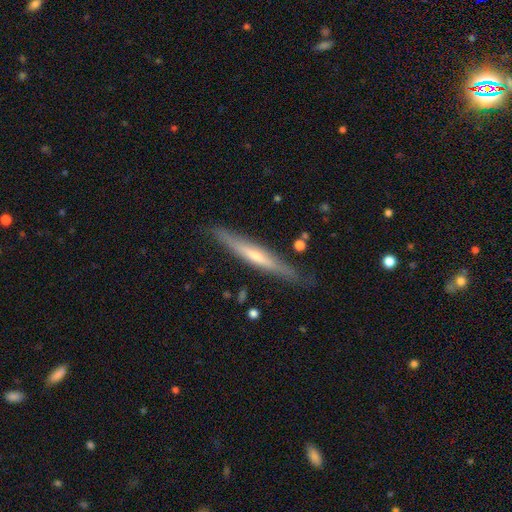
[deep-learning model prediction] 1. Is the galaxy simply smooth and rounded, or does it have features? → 62% featured or disk, 32% smooth, 6% star or artifact.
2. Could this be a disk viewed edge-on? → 94% yes, 6% no.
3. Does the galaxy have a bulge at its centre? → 56% rounded, 36% none, 8% boxy.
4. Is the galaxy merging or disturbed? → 84% none, 12% minor disturbance, 2% major disturbance, 2% merger.